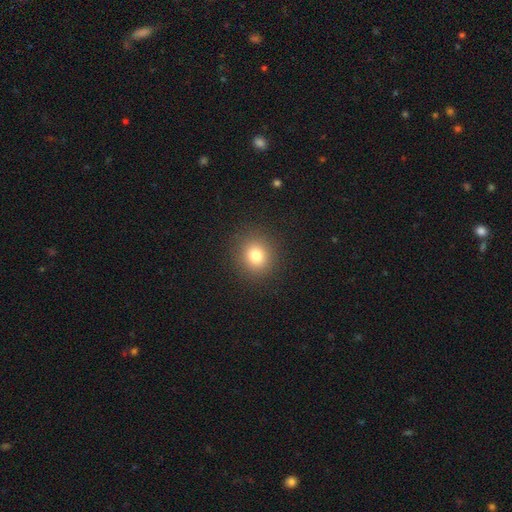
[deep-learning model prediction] Smooth or featured? Predicted: smooth (p=0.78). How rounded? Predicted: round (p=0.85). Merging? Predicted: none (p=0.90).